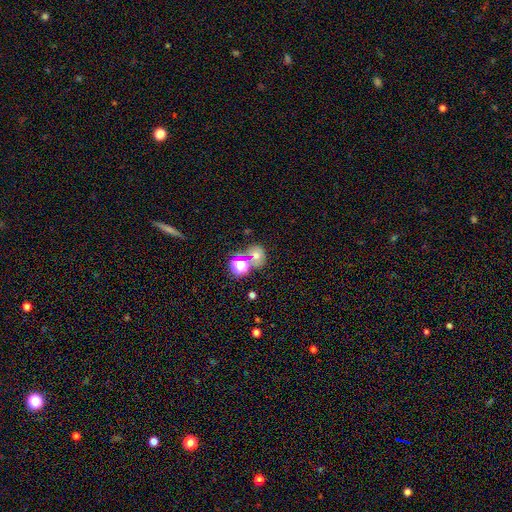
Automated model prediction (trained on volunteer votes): Smooth or featured? Predicted: smooth (p=0.54). How rounded? Predicted: round (p=0.72). Merging? Predicted: none (p=0.57).